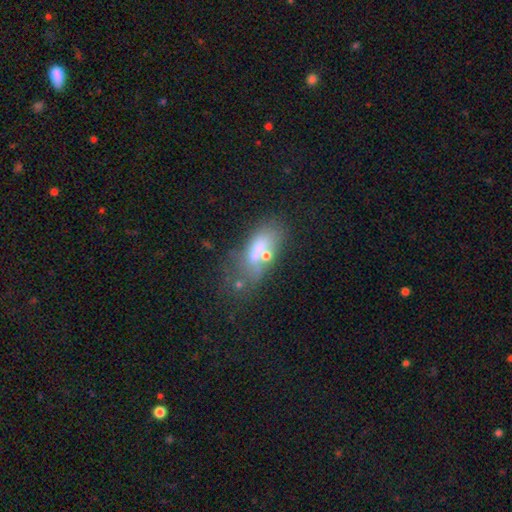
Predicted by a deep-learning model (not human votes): Q: Smooth or featured?
A: smooth (55%); runner-up: featured or disk (31%)
Q: How rounded?
A: in between (79%); runner-up: cigar-shaped (15%)
Q: Merging?
A: none (34%); runner-up: merger (26%)